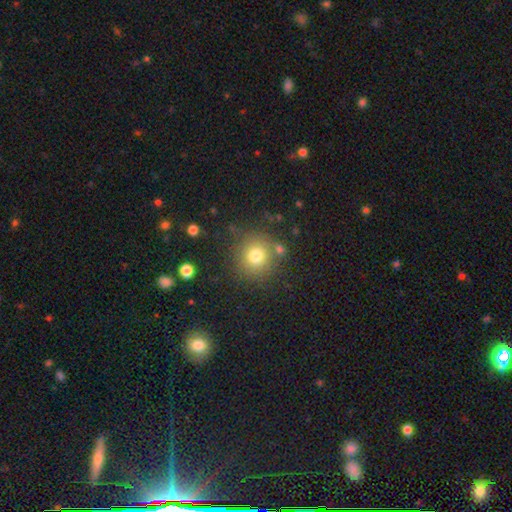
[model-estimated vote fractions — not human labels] The model was most divided on "smooth or featured": smooth: 75%, star or artifact: 14%, featured or disk: 10%. More confident: how rounded — round (92%); merging — none (79%).